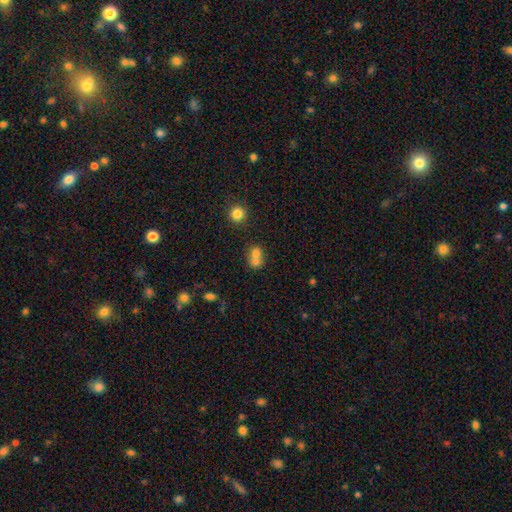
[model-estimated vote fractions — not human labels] This is likely a smooth galaxy (71%). How rounded: likely round (71%). Merging: likely merger (63%).